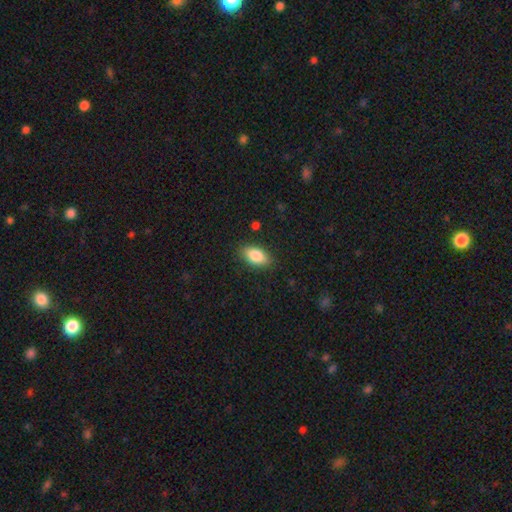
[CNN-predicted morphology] Smooth or featured? smooth (85%)
How rounded? in between (91%)
Merging? none (86%)